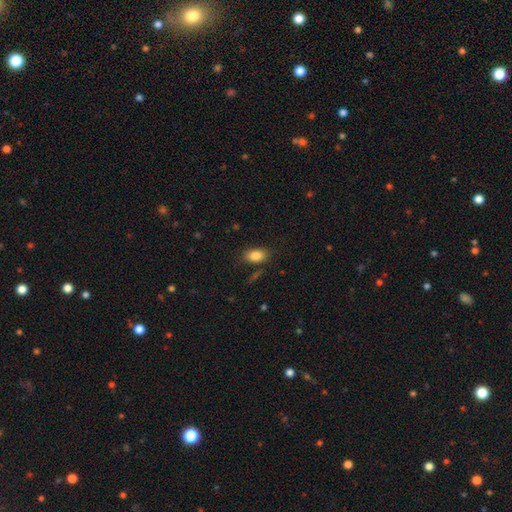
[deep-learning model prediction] Q: Smooth or featured?
A: smooth (85%); runner-up: star or artifact (8%)
Q: How rounded?
A: in between (88%); runner-up: round (9%)
Q: Merging?
A: none (80%); runner-up: minor disturbance (13%)